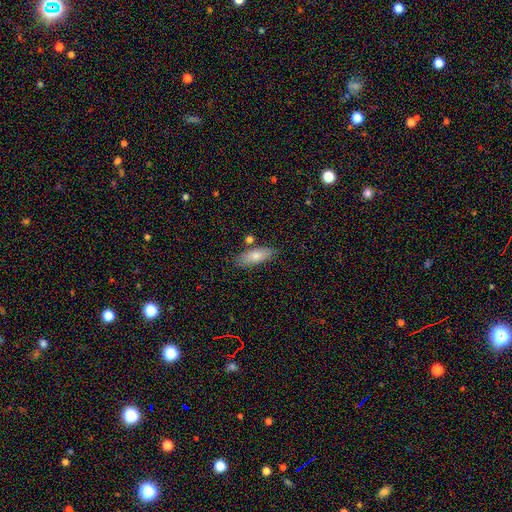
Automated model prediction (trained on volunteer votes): This appears to be a smooth galaxy with no disk features (77%) that is in between round and cigar-shaped (69%). Merging: none (77%).